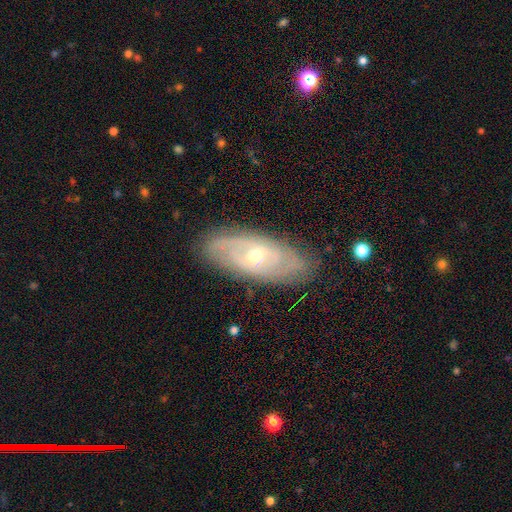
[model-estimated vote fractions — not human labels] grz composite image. It shows a featured or disk galaxy (81%) with no bar (62%), tight (69%) spiral arms (90%) and a small central bulge (53%). Merging: none (83%).